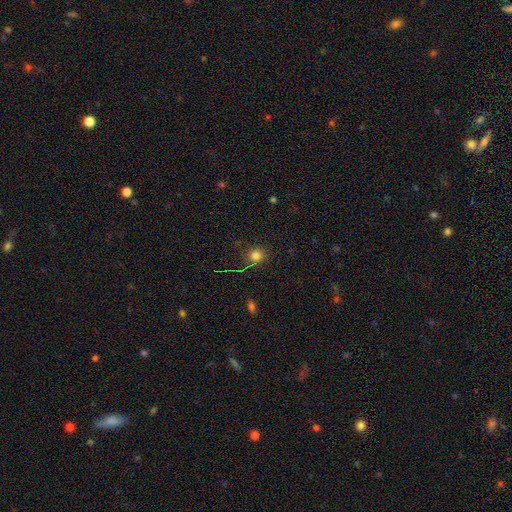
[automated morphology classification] This is clearly a smooth galaxy (80%). How rounded: clearly round (89%). Merging: clearly none (84%).